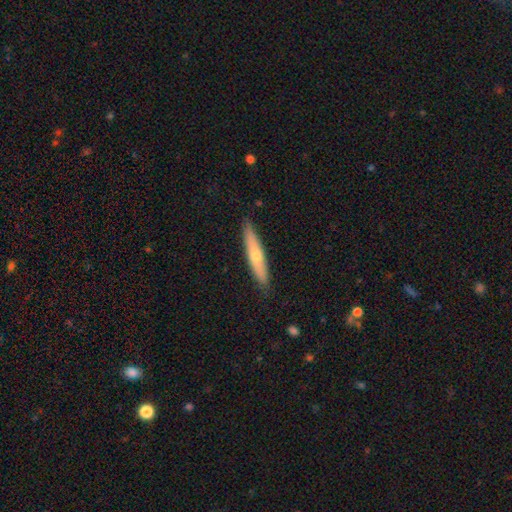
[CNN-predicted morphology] Overall: smooth (54%; featured or disk 41%). How rounded: cigar-shaped (87%). Merging: none (87%).